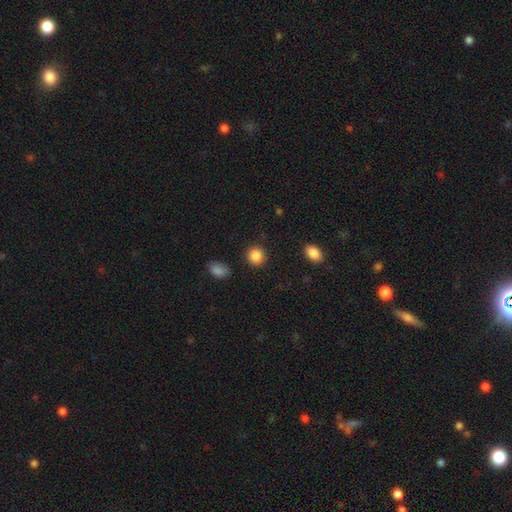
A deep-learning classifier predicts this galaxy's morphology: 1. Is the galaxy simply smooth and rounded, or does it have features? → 88% smooth, 9% star or artifact, 3% featured or disk.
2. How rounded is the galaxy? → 88% round, 11% in between, 1% cigar-shaped.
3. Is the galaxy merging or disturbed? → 90% none, 6% minor disturbance, 2% major disturbance, 2% merger.